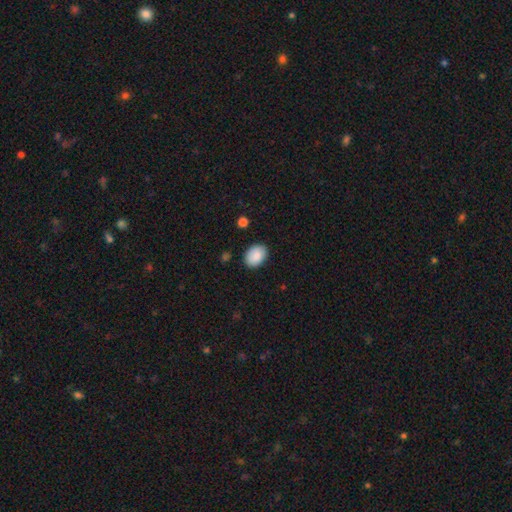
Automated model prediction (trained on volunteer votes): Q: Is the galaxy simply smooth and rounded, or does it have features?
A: smooth — 89%.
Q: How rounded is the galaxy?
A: in between — 76%.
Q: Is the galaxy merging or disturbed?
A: none — 86%.